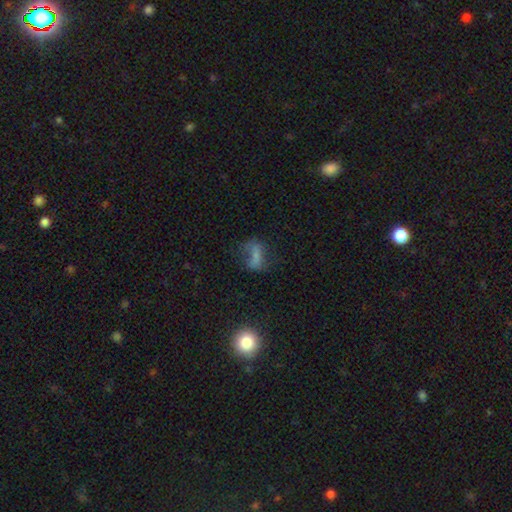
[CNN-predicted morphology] smooth 54%, featured or disk 28%, star or artifact 18%. Down the decision tree: how rounded — in between (75%); merging — none (41%).